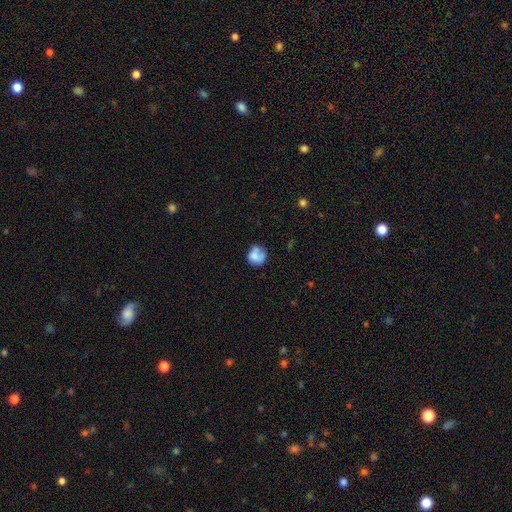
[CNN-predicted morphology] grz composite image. It shows a smooth galaxy with no disk features (72%) that is round (80%). Merging: none (54%).